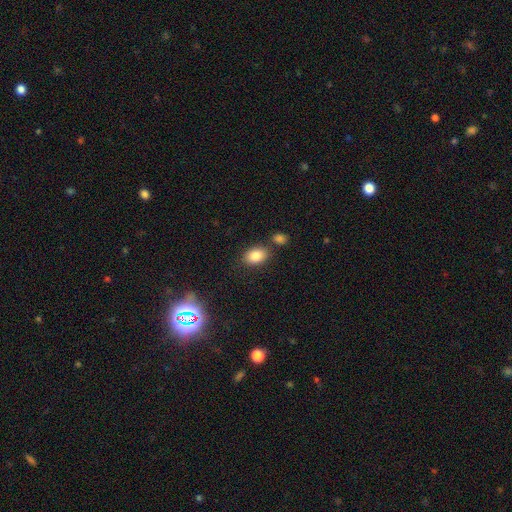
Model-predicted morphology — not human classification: Smooth or featured: smooth — 84% (star or artifact — 9%)
How rounded: in between — 82% (round — 17%)
Merging: none — 75% (minor disturbance — 11%)